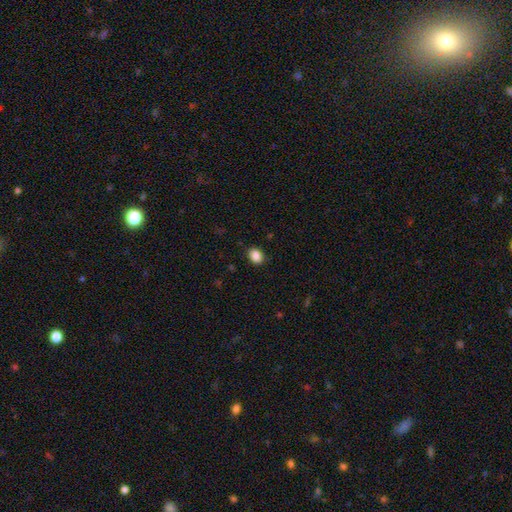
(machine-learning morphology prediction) Smooth or featured: smooth — 88% (star or artifact — 9%)
How rounded: in between — 57% (round — 42%)
Merging: none — 88% (minor disturbance — 9%)